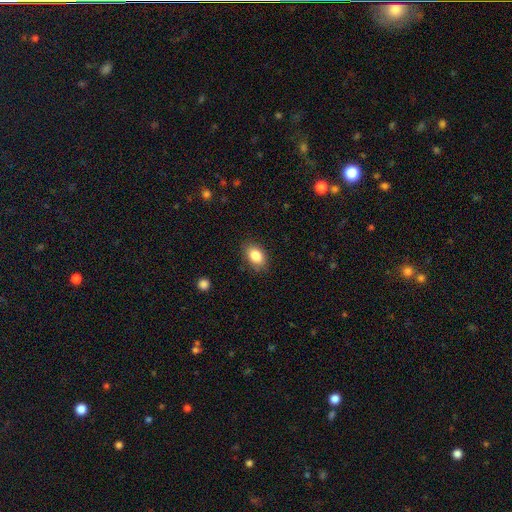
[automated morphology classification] A smooth galaxy with no disk features (85%) that is in between round and cigar-shaped (86%). Merging: none (85%).